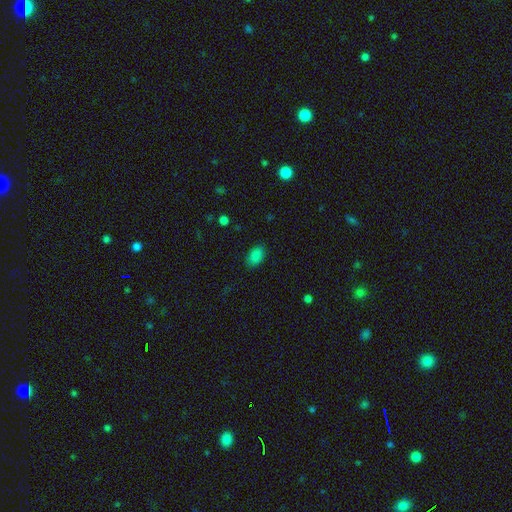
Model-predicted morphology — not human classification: type=smooth (84%); roundness=in between (87%); merging=none (84%).